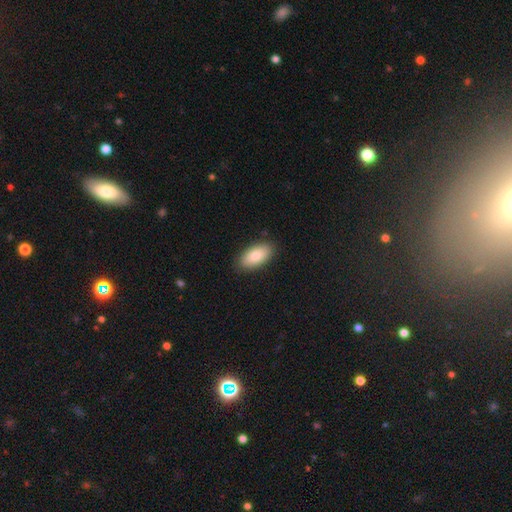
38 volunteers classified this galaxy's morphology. Q: Smooth or featured?
A: smooth (92%); runner-up: featured or disk (5%)
Q: How rounded?
A: in between (97%); runner-up: cigar-shaped (3%)
Q: Merging?
A: none (97%); runner-up: major disturbance (3%)